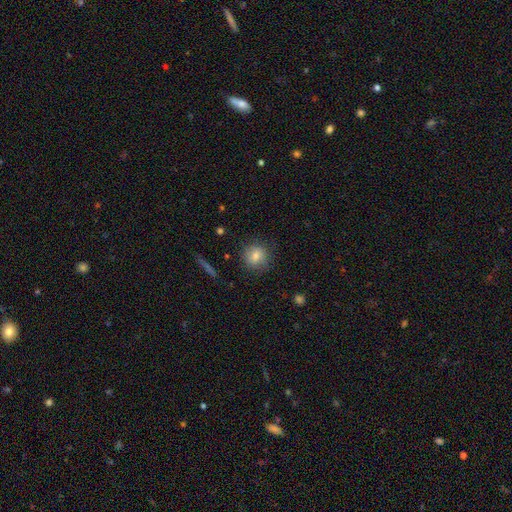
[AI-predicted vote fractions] The model was most divided on "smooth or featured": smooth: 80%, featured or disk: 11%, star or artifact: 9%. More confident: how rounded — round (87%); merging — none (83%).